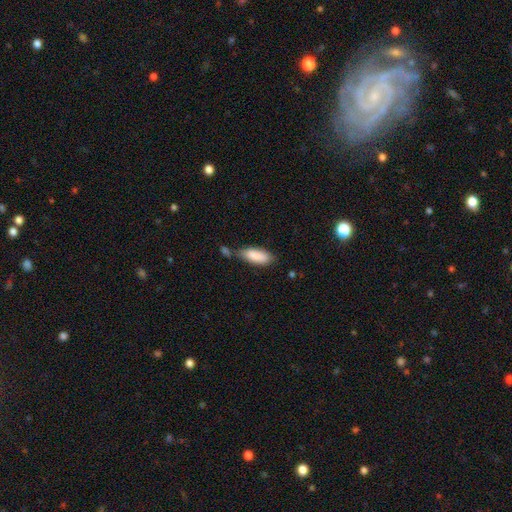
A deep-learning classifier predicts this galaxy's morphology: The model was most divided on "merging": none: 55%, minor disturbance: 23%, merger: 16%, major disturbance: 6%. More confident: smooth or featured — smooth (87%); how rounded — in between (78%).